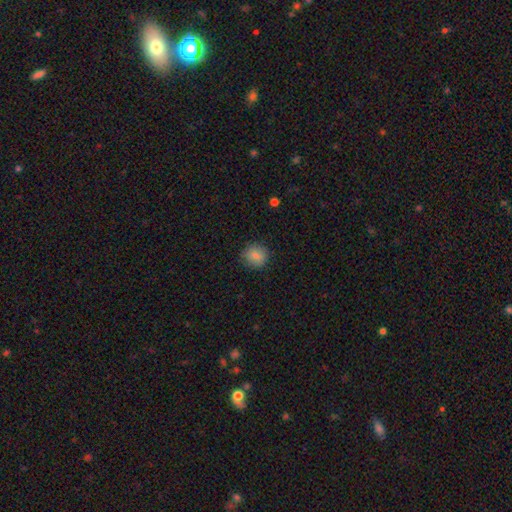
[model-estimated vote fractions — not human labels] Morphology: type=smooth (85%); roundness=round (86%); merging=none (86%).